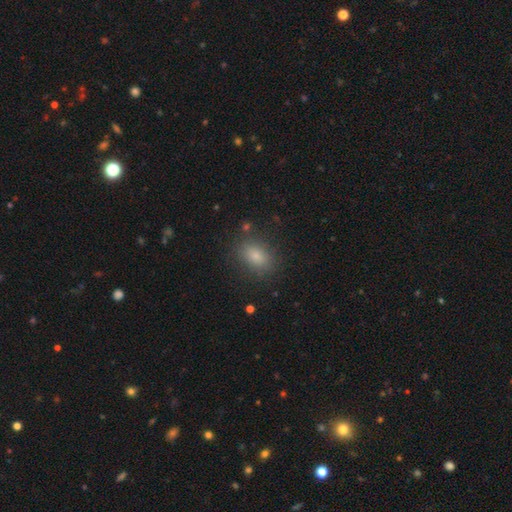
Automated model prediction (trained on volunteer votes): Smooth or featured?
  - smooth: 78% *
  - star or artifact: 14%
  - featured or disk: 8%
How rounded?
  - in between: 75% *
  - round: 23%
  - cigar-shaped: 2%
Merging?
  - none: 85% *
  - minor disturbance: 10%
  - major disturbance: 3%
  - merger: 2%